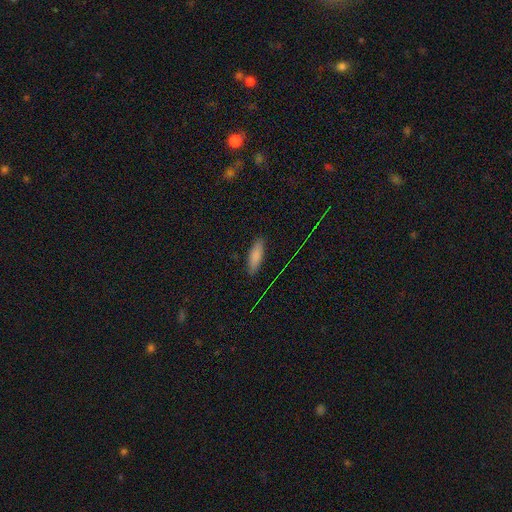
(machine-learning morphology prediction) A smooth galaxy with no disk features (82%) that is in between round and cigar-shaped (59%). Merging: none (86%).